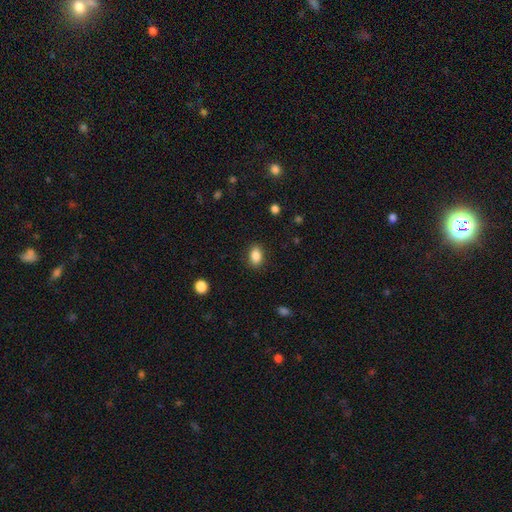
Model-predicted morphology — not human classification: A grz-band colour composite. It shows a smooth galaxy with no disk features (87%) that is in between round and cigar-shaped (80%). Merging: none (88%).